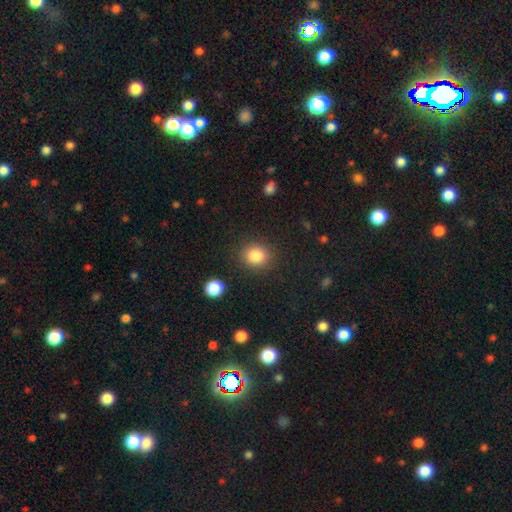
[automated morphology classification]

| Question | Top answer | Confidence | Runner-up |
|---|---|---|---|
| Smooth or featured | smooth | 85% | star or artifact (10%) |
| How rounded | round | 75% | in between (24%) |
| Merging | none | 87% | minor disturbance (8%) |